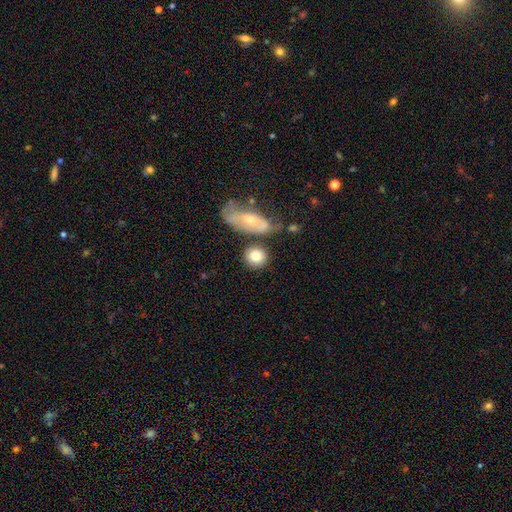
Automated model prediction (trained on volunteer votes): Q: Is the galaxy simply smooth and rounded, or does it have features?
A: smooth — 78%.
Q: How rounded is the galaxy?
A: round — 80%.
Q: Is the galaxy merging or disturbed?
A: none — 62%.